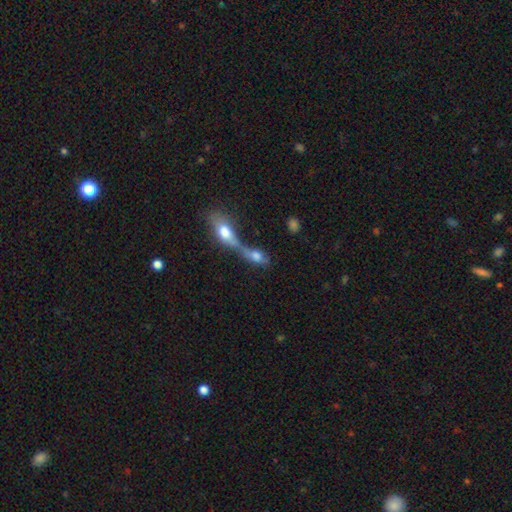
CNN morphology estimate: A smooth galaxy with no disk features (64%) that is in between round and cigar-shaped (71%).

Vote fractions:
- Smooth or featured? smooth: 64% / featured or disk: 25% / star or artifact: 11%
- How rounded? in between: 71% / cigar-shaped: 15% / round: 14%
- Merging? merger: 72% / none: 15% / major disturbance: 7% / minor disturbance: 6%